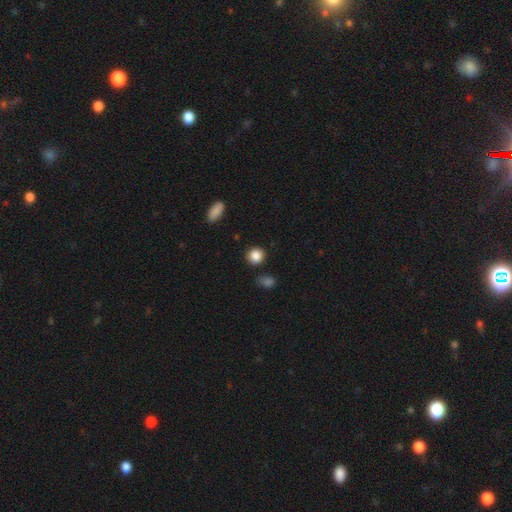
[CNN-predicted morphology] smooth-or-featured: smooth: 87% | star or artifact: 9% | featured or disk: 4%
  how-rounded: round: 85% | in between: 14% | cigar-shaped: 1%
  merging: none: 86% | minor disturbance: 8% | merger: 3% | major disturbance: 2%